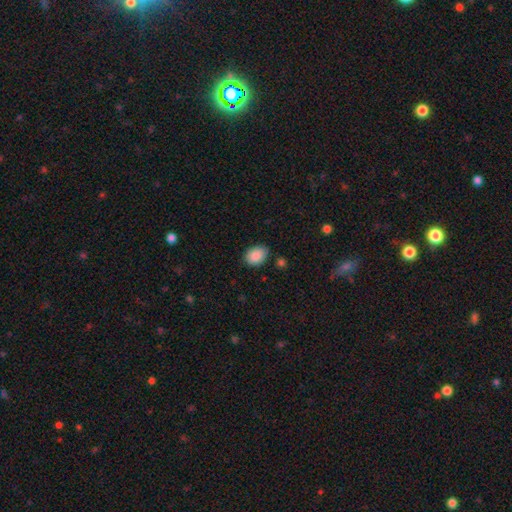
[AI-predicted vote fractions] Smooth or featured?
  - smooth: 88% *
  - star or artifact: 8%
  - featured or disk: 4%
How rounded?
  - in between: 71% *
  - round: 28%
  - cigar-shaped: 1%
Merging?
  - none: 79% *
  - minor disturbance: 16%
  - major disturbance: 3%
  - merger: 2%